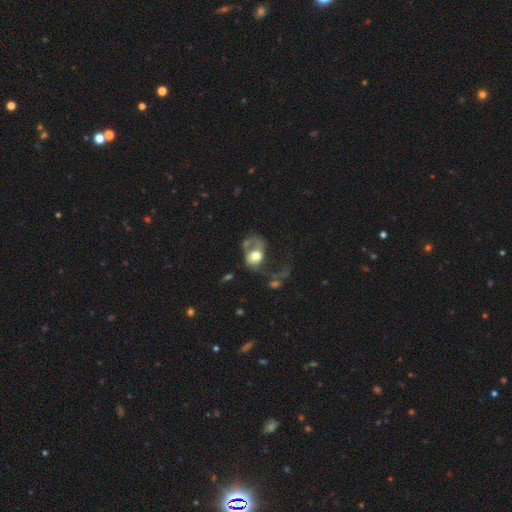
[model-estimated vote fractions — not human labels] smooth_or_featured: smooth (p=0.50) [alt: featured or disk p=0.42]
how_rounded: in between (p=0.64) [alt: round p=0.35]
merging: major disturbance (p=0.55) [alt: none p=0.17]